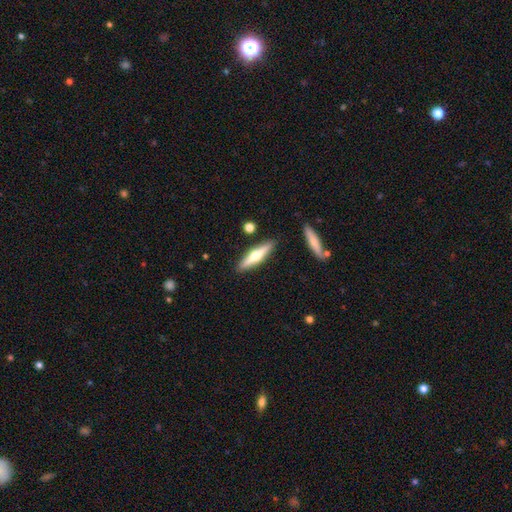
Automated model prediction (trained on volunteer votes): This is possibly a featured or disk galaxy (56%). It is clearly viewed edge-on (94%). Edge-on bulge: clearly rounded (93%). Merging: clearly none (88%).